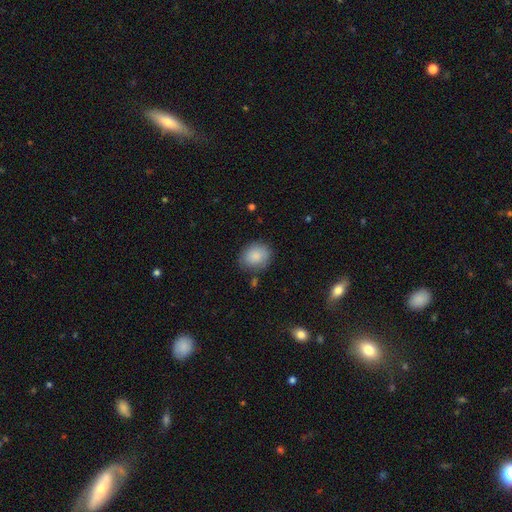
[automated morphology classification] Overall: smooth (85%). How rounded: round (60%; in between 39%). Merging: none (76%).